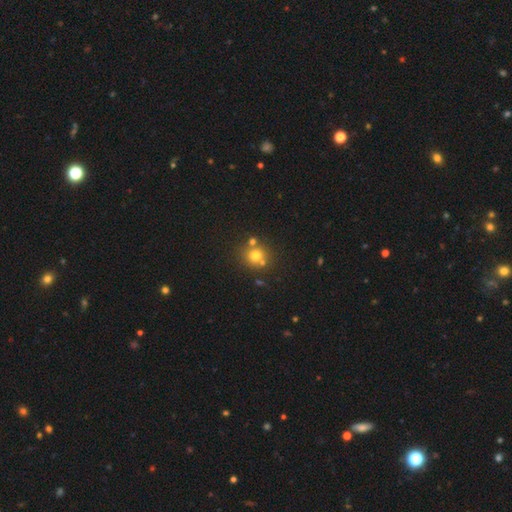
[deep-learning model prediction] Smooth or featured: smooth — 71% (star or artifact — 17%)
How rounded: round — 88% (in between — 11%)
Merging: none — 66% (merger — 22%)